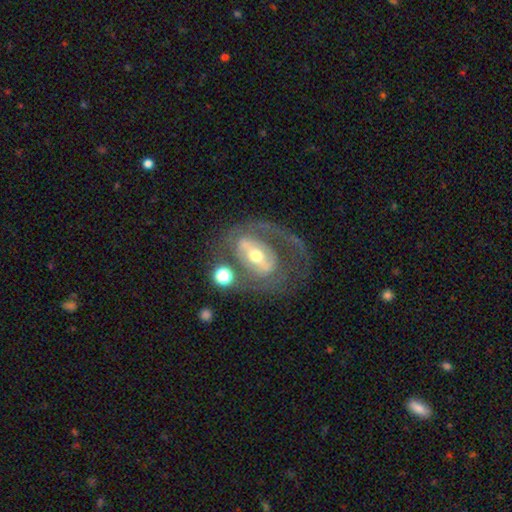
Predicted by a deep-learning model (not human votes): featured or disk 78%, smooth 15%, star or artifact 7%. Down the decision tree: edge-on disk — no (94%); bar — strong (47%); spiral arms — yes (62%); bulge size — moderate (64%); merging — none (48%).